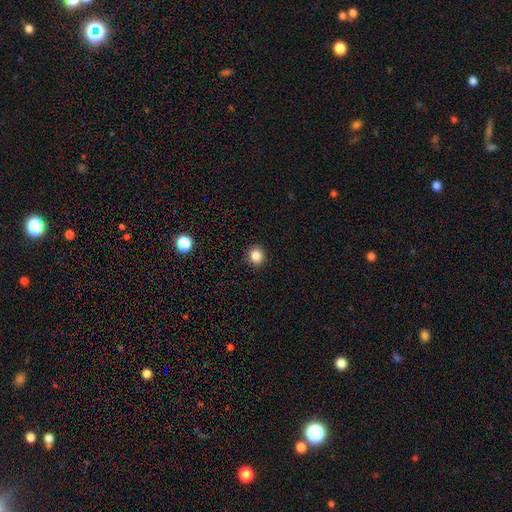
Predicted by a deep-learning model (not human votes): Smooth or featured? Predicted: smooth (p=0.86). How rounded? Predicted: round (p=0.89). Merging? Predicted: none (p=0.92).